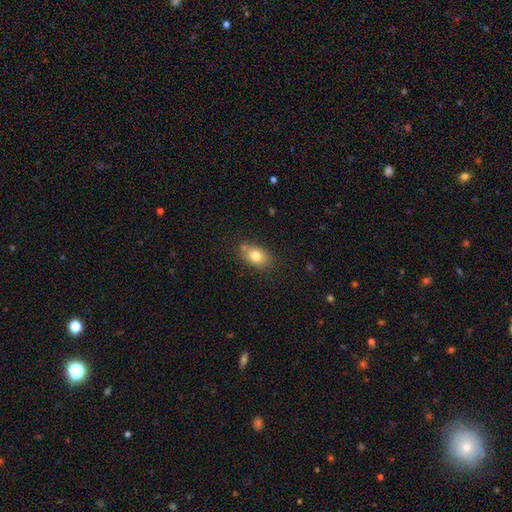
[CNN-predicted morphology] Smooth or featured?
  - smooth: 80% *
  - featured or disk: 11%
  - star or artifact: 9%
How rounded?
  - in between: 80% *
  - round: 18%
  - cigar-shaped: 2%
Merging?
  - none: 73% *
  - minor disturbance: 15%
  - merger: 8%
  - major disturbance: 4%